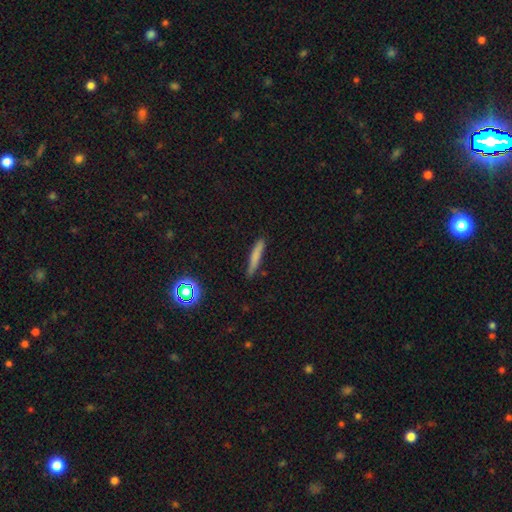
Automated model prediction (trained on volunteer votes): Morphology: type=smooth (73%); roundness=cigar-shaped (92%); merging=none (82%).